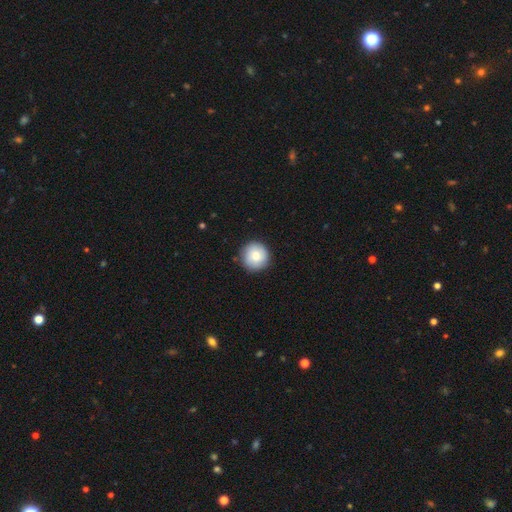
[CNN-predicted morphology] smooth 81%, featured or disk 12%, star or artifact 7%. Down the decision tree: how rounded — round (95%); merging — none (89%).